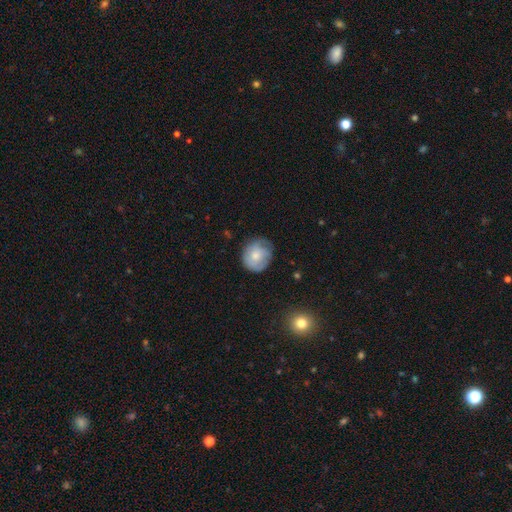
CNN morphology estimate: A smooth galaxy with no disk features (58%) that is round (77%).

Vote fractions:
- Smooth or featured? smooth: 58% / featured or disk: 34% / star or artifact: 7%
- How rounded? round: 77% / in between: 22% / cigar-shaped: 1%
- Merging? none: 67% / minor disturbance: 24% / major disturbance: 7% / merger: 1%